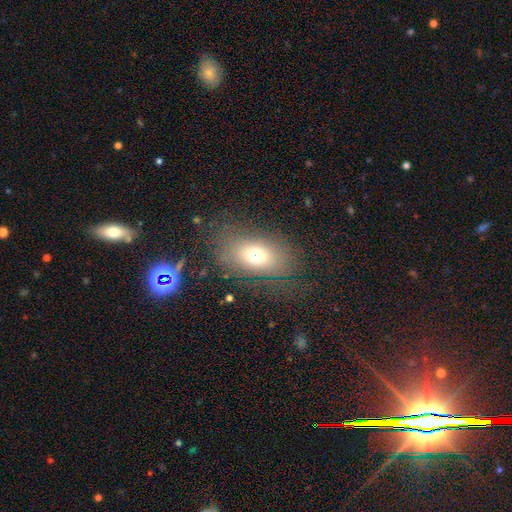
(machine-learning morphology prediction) Smooth or featured? smooth (64%)
How rounded? in between (75%)
Merging? none (70%)